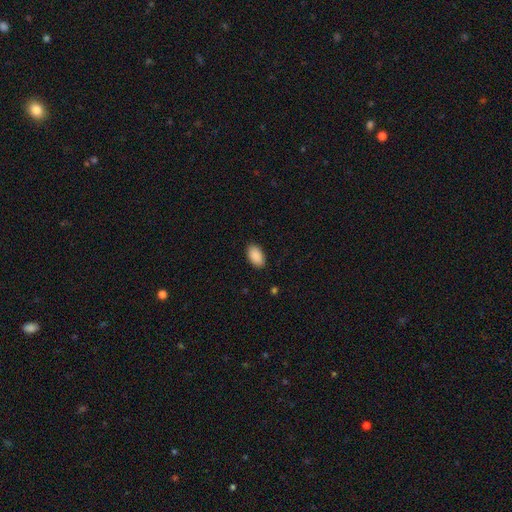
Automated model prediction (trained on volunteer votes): This is clearly a smooth galaxy (90%). How rounded: clearly in between (94%). Merging: clearly none (88%).